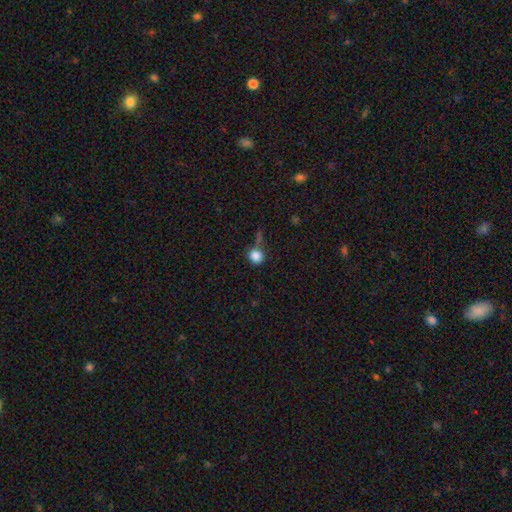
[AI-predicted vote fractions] The model was most divided on "merging": none: 59%, minor disturbance: 17%, merger: 16%, major disturbance: 8%. More confident: how rounded — round (87%); smooth or featured — smooth (84%).